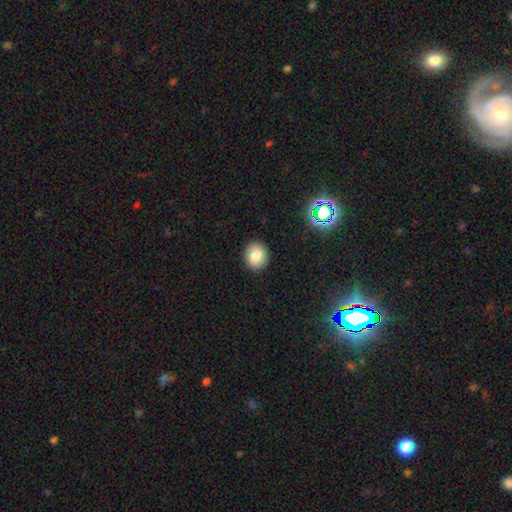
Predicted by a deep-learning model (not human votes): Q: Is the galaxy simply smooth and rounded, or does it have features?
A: smooth — 83%.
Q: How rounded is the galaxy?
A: round — 74%.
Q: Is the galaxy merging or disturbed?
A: none — 90%.